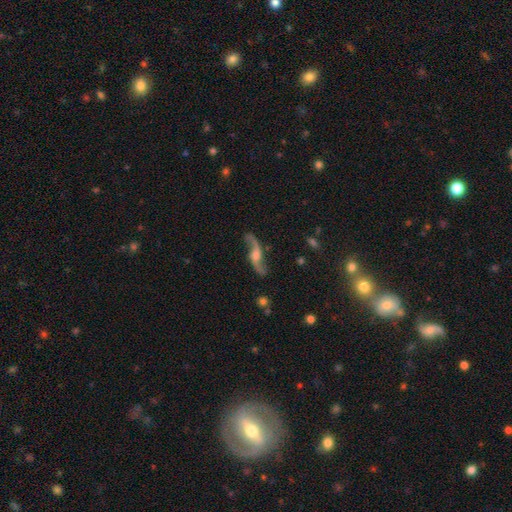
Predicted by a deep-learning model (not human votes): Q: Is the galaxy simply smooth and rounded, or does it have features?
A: featured or disk — 88%.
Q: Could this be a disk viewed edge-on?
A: no — 89%.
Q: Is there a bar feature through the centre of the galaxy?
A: no — 56%.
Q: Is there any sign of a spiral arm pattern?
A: yes — 96%.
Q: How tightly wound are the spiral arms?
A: loose — 90%.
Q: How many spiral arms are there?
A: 2 — 94%.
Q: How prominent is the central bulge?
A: moderate — 48%.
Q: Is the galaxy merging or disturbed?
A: none — 79%.